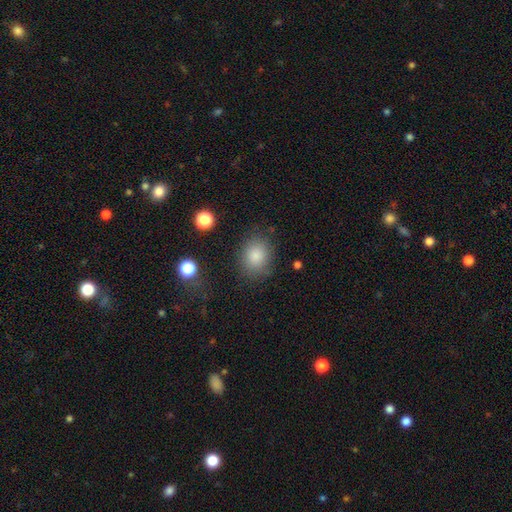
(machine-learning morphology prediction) Smooth or featured: smooth — 85% (star or artifact — 9%)
How rounded: round — 53% (in between — 46%)
Merging: none — 80% (minor disturbance — 13%)